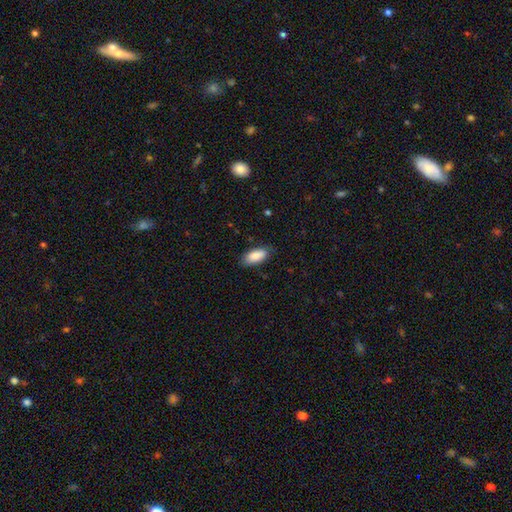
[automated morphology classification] Smooth or featured? Predicted: smooth (p=0.88). How rounded? Predicted: in between (p=0.88). Merging? Predicted: none (p=0.82).